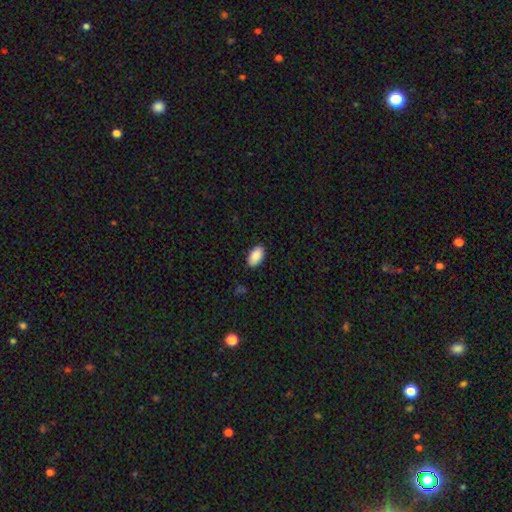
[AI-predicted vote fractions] A smooth galaxy with no disk features (90%) that is in between round and cigar-shaped (95%).

Vote fractions:
- Smooth or featured? smooth: 90% / star or artifact: 7% / featured or disk: 3%
- How rounded? in between: 95% / round: 3% / cigar-shaped: 2%
- Merging? none: 88% / minor disturbance: 9% / major disturbance: 2% / merger: 1%